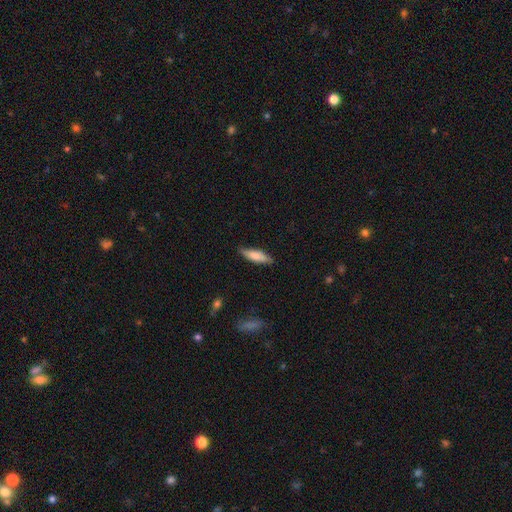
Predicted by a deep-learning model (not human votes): smooth-or-featured: smooth: 76% | featured or disk: 19% | star or artifact: 6%
  how-rounded: cigar-shaped: 63% | in between: 36% | round: 2%
  merging: none: 83% | minor disturbance: 14% | major disturbance: 2% | merger: 1%